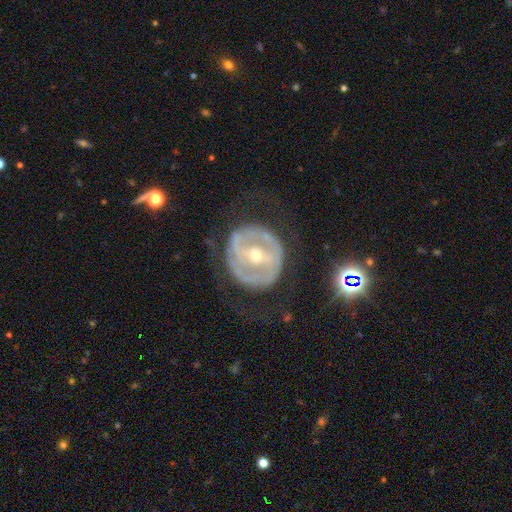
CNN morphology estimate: The model was most divided on "bar": strong: 41%, weak: 35%, no: 24%. More confident: edge-on disk — no (96%); smooth or featured — featured or disk (78%); merging — none (68%); spiral arms — yes (57%); bulge size — small (55%).